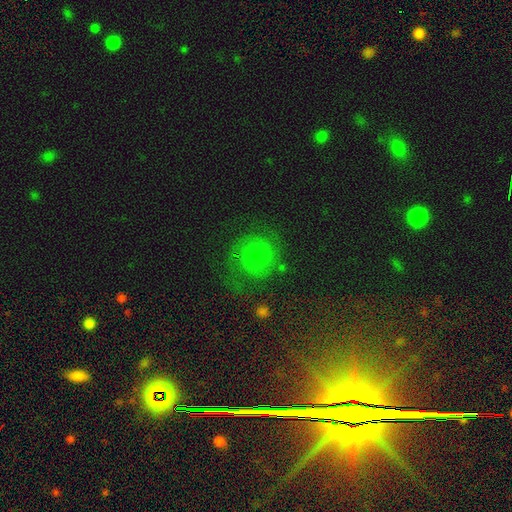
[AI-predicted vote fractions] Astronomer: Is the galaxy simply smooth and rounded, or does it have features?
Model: smooth — 52%.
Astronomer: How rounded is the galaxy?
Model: round — 88%.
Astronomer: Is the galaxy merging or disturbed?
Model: none — 68%.